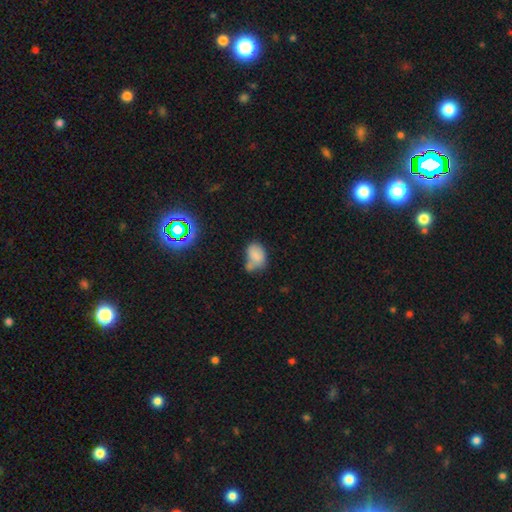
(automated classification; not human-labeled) A smooth galaxy with no disk features (77%) that is in between round and cigar-shaped (76%). Merging: none (35%).